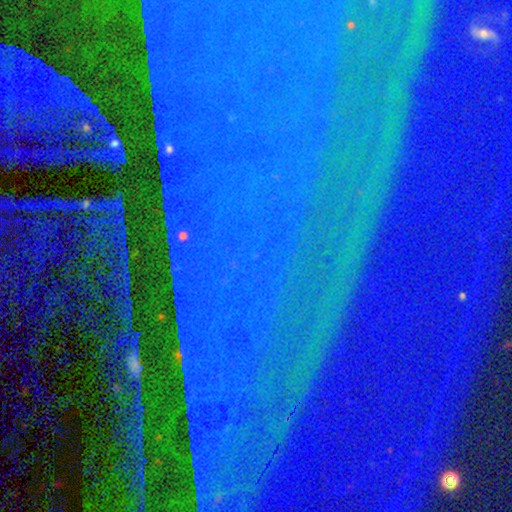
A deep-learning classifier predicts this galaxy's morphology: Smooth or featured? star or artifact (88%)